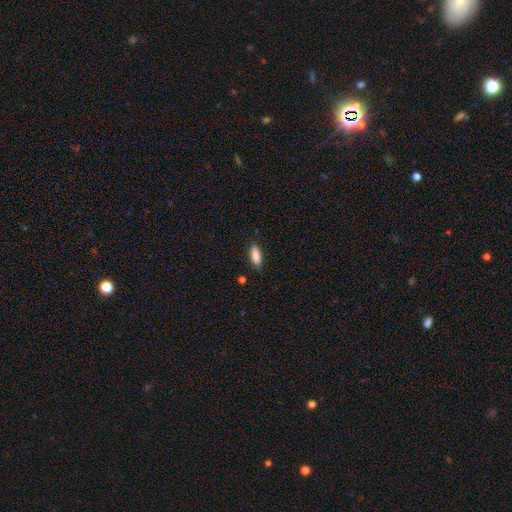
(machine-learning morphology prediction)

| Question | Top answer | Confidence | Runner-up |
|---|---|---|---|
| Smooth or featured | smooth | 86% | featured or disk (7%) |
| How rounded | in between | 65% | cigar-shaped (33%) |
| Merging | none | 81% | minor disturbance (15%) |